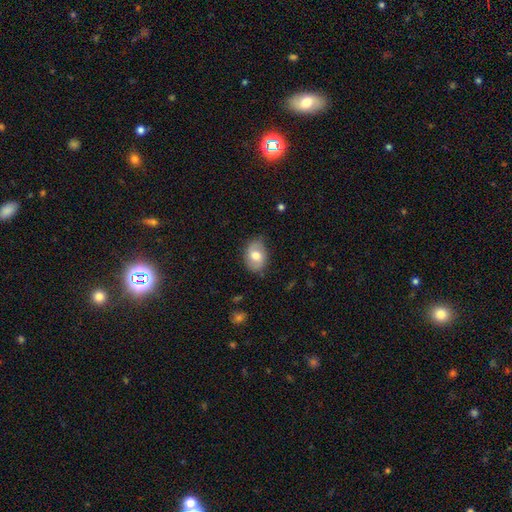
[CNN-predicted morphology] Smooth or featured? Predicted: smooth (p=0.66). How rounded? Predicted: in between (p=0.77). Merging? Predicted: none (p=0.75).